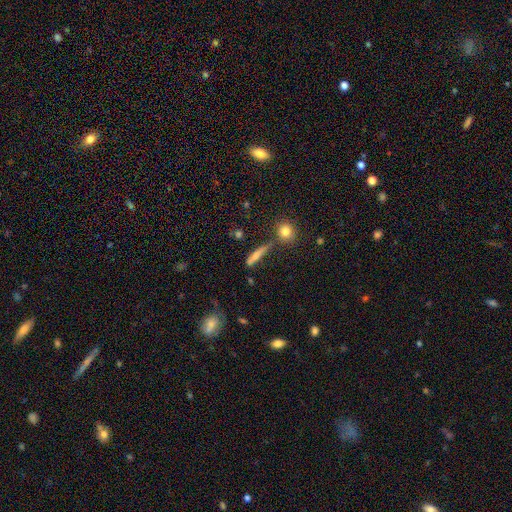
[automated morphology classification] smooth_or_featured: smooth (p=0.55) [alt: featured or disk p=0.34]
how_rounded: cigar-shaped (p=0.82) [alt: in between p=0.13]
merging: none (p=0.67) [alt: minor disturbance p=0.16]